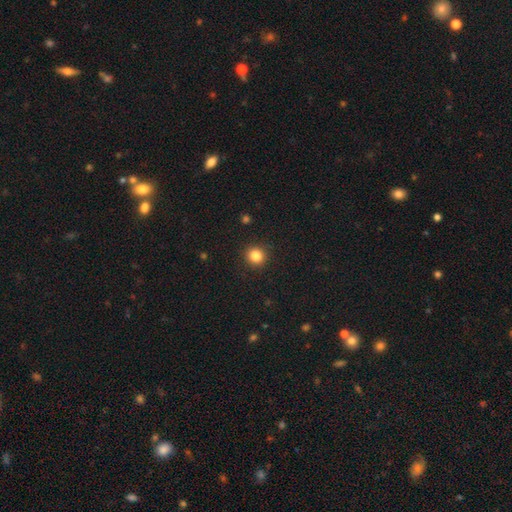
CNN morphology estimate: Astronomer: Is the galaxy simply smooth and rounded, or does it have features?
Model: smooth — 84%.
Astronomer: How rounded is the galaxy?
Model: round — 92%.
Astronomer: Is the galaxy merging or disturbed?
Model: none — 92%.